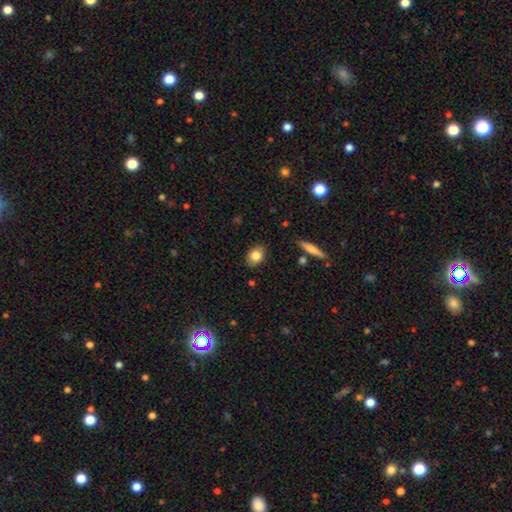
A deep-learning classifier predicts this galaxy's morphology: This appears to be a smooth galaxy with no disk features (81%) that is in between round and cigar-shaped (75%). Merging: none (86%).